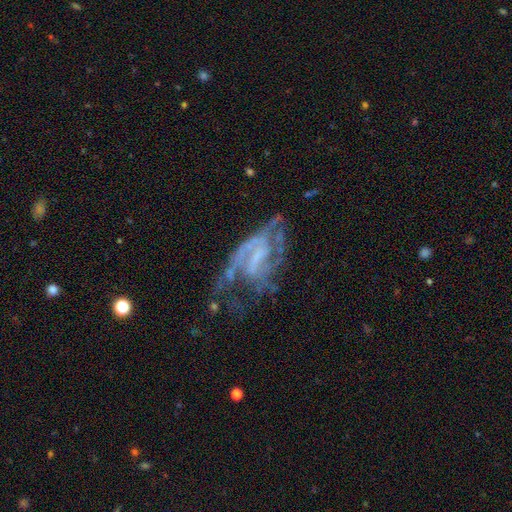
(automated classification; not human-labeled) The model was most divided on "bar": weak: 40%, no: 36%, strong: 24%. Remaining: edge-on disk — no (95%); smooth or featured — featured or disk (79%); spiral arms — yes (76%); bulge size — none (53%); spiral winding — medium (43%); spiral arm count — 2 (41%); merging — major disturbance (41%).